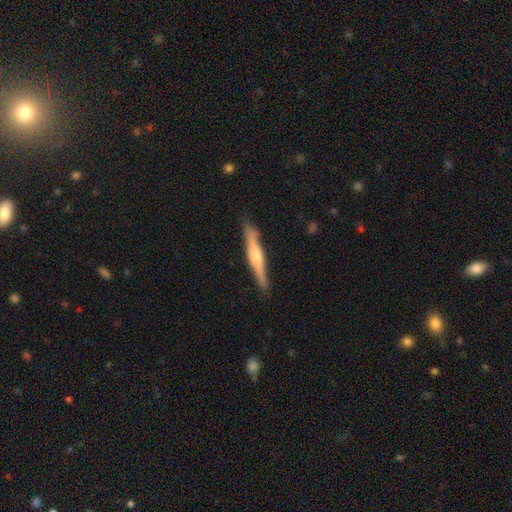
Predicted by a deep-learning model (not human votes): Smooth or featured: featured or disk — 61% (smooth — 33%)
Edge-on disk: yes — 97% (no — 3%)
Edge-on bulge: rounded — 76% (boxy — 13%)
Merging: none — 87% (minor disturbance — 10%)